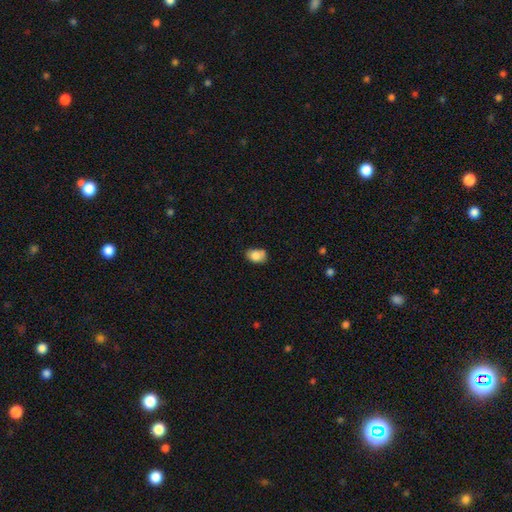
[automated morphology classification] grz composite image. It shows a smooth galaxy with no disk features (84%) that is in between round and cigar-shaped (81%). Merging: none (64%).